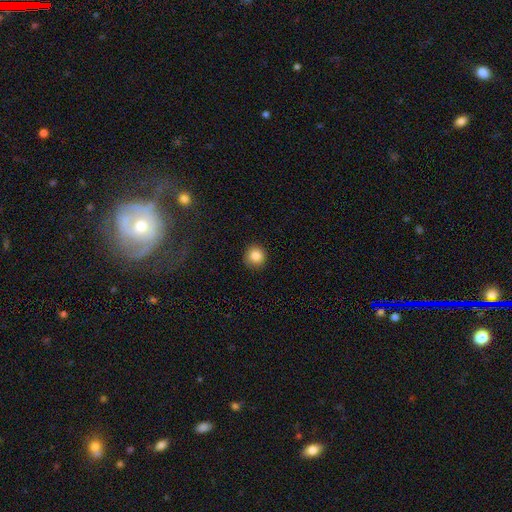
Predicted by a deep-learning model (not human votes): This is clearly a smooth galaxy (86%). How rounded: clearly round (94%). Merging: clearly none (90%).